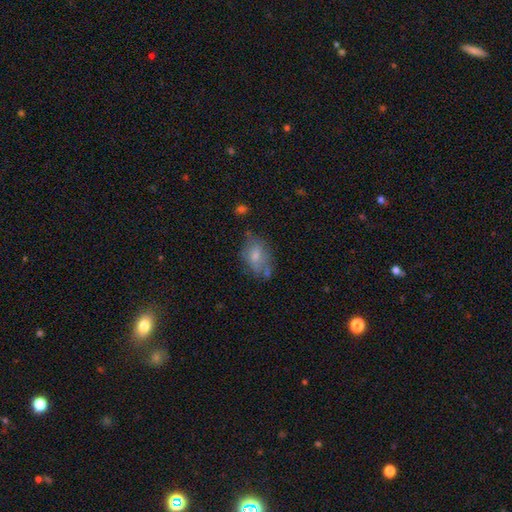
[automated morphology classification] Smooth or featured?
  - smooth: 64% *
  - featured or disk: 27%
  - star or artifact: 9%
How rounded?
  - in between: 83% *
  - round: 15%
  - cigar-shaped: 2%
Merging?
  - none: 47% *
  - minor disturbance: 28%
  - major disturbance: 15%
  - merger: 10%